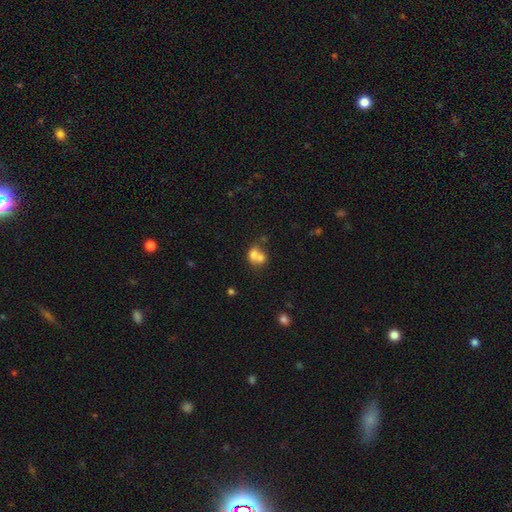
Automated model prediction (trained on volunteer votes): Smooth or featured?
  - smooth: 67% *
  - featured or disk: 21%
  - star or artifact: 12%
How rounded?
  - round: 55% *
  - in between: 44%
  - cigar-shaped: 1%
Merging?
  - merger: 67% *
  - none: 22%
  - minor disturbance: 7%
  - major disturbance: 4%